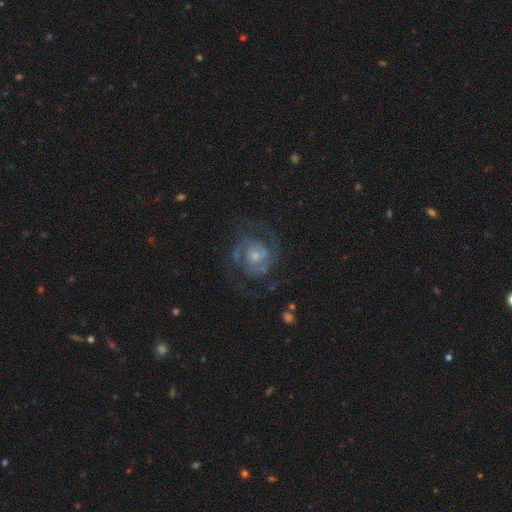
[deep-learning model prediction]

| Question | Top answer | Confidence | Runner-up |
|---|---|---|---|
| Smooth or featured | featured or disk | 81% | smooth (12%) |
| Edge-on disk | no | 98% | yes (2%) |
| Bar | no | 67% | weak (27%) |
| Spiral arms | yes | 90% | no (10%) |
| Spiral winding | medium | 47% | tight (39%) |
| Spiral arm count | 2 | 64% | can't tell (16%) |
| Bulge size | small | 53% | moderate (37%) |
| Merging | none | 68% | minor disturbance (15%) |